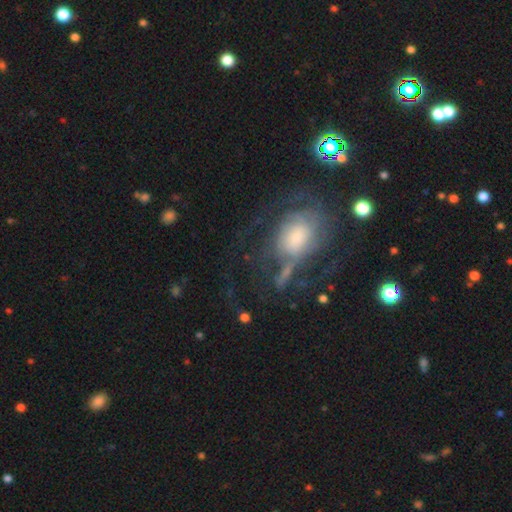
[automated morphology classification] Smooth or featured? featured or disk (38%)
Merging? none (59%)